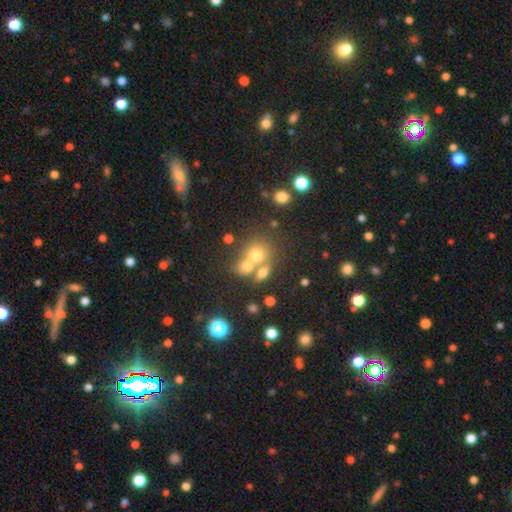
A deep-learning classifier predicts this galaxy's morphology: The model was most divided on "merging" (2-way tie): merger: 44%, none: 44%, minor disturbance: 8%, major disturbance: 4%. More confident: how rounded — round (76%); smooth or featured — smooth (61%).